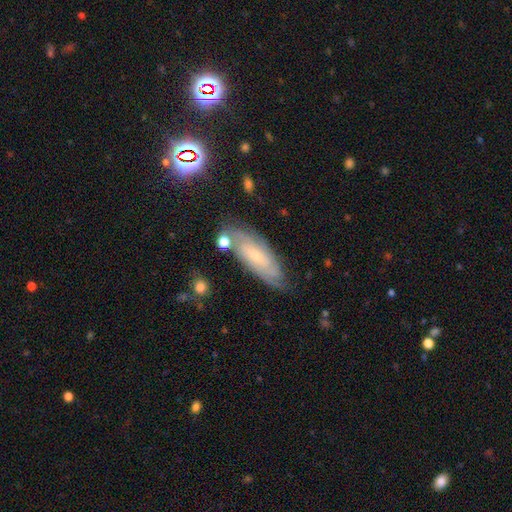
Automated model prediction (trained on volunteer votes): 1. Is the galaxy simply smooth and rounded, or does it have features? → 67% featured or disk, 24% smooth, 8% star or artifact.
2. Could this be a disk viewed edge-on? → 84% no, 16% yes.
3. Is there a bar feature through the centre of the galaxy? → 58% no, 33% weak, 9% strong.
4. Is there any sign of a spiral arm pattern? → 90% yes, 10% no.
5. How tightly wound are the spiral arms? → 62% tight, 30% medium, 8% loose.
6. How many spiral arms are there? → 49% can't tell, 26% 2, 12% 3, 7% 4, 3% 1, 3% more than 4.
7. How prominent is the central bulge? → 65% small, 29% moderate, 3% none, 2% large, 1% dominant.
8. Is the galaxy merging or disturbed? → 71% none, 19% minor disturbance, 5% major disturbance, 5% merger.